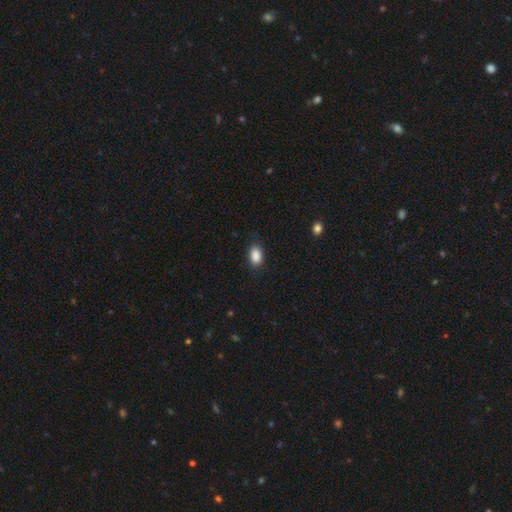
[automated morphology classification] This is clearly a smooth galaxy (89%). How rounded: clearly in between (89%). Merging: clearly none (83%).